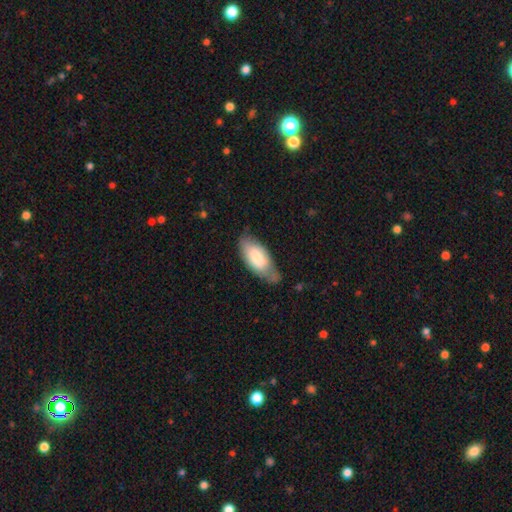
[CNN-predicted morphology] This appears to be a smooth galaxy with no disk features (74%) that is in between round and cigar-shaped (89%). Merging: none (56%).